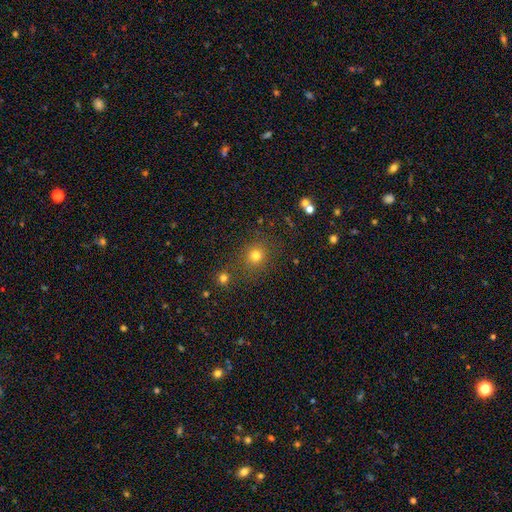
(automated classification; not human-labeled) Smooth or featured? Predicted: smooth (p=0.76). How rounded? Predicted: round (p=0.88). Merging? Predicted: none (p=0.79).